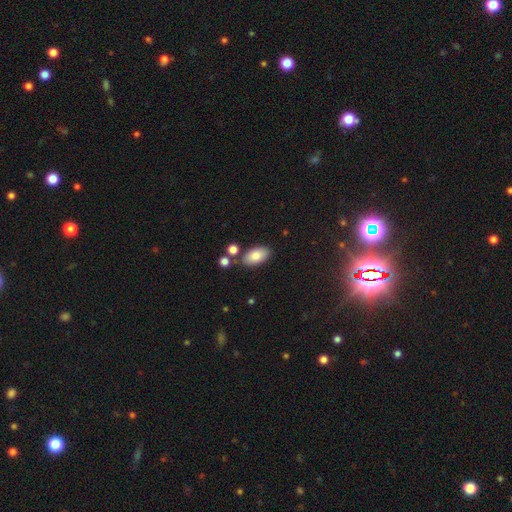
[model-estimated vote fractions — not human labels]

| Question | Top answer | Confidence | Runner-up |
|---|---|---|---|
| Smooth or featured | smooth | 80% | featured or disk (12%) |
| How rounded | in between | 94% | round (4%) |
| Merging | none | 77% | minor disturbance (12%) |